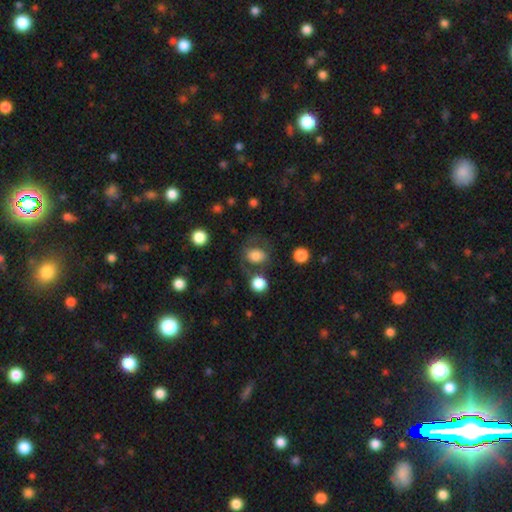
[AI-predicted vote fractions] Smooth or featured? smooth (72%)
How rounded? in between (50%)
Merging? none (58%)